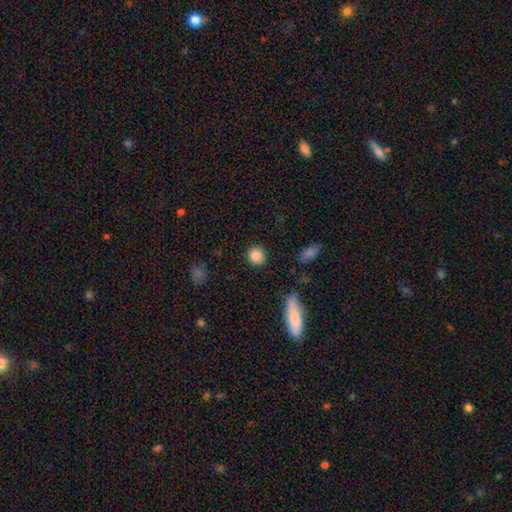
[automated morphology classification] smooth_or_featured: smooth (p=0.86) [alt: star or artifact p=0.09]
how_rounded: round (p=0.88) [alt: in between p=0.11]
merging: none (p=0.90) [alt: minor disturbance p=0.06]